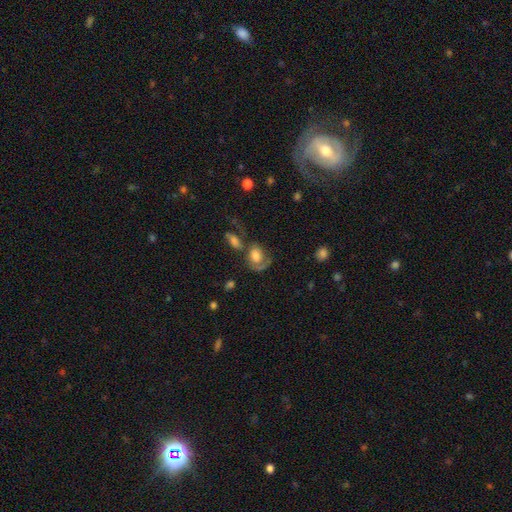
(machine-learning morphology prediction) A smooth galaxy with no disk features (52%) that is in between round and cigar-shaped (63%).

Vote fractions:
- Smooth or featured? smooth: 52% / featured or disk: 39% / star or artifact: 9%
- How rounded? in between: 63% / round: 35% / cigar-shaped: 2%
- Merging? none: 31% / major disturbance: 27% / merger: 25% / minor disturbance: 17%